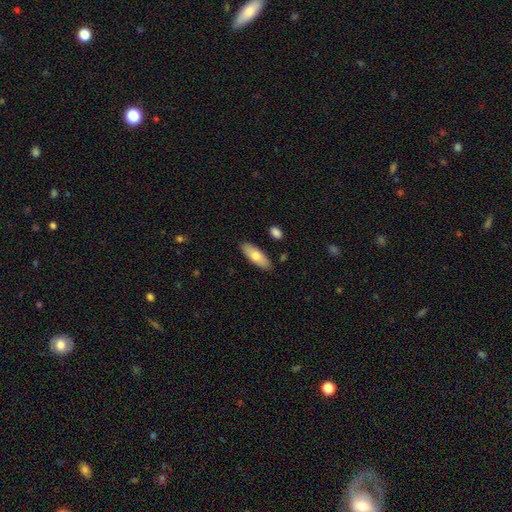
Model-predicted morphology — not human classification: A smooth galaxy with no disk features (73%) that is in between round and cigar-shaped (73%).

Vote fractions:
- Smooth or featured? smooth: 73% / featured or disk: 22% / star or artifact: 6%
- How rounded? in between: 73% / cigar-shaped: 25% / round: 2%
- Merging? none: 87% / minor disturbance: 9% / merger: 2% / major disturbance: 2%